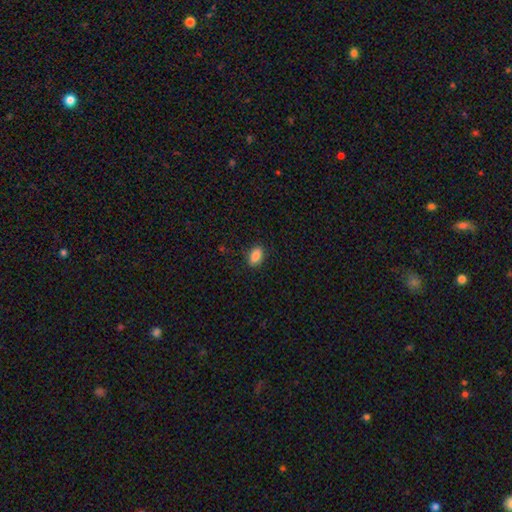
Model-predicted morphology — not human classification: This appears to be a smooth galaxy with no disk features (86%) that is in between round and cigar-shaped (88%). Merging: none (87%).